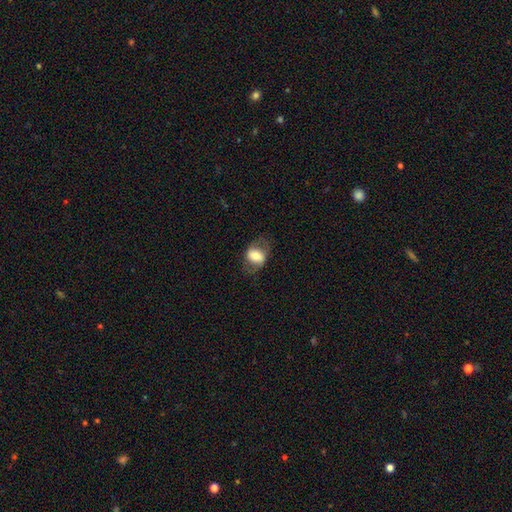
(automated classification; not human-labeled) A smooth galaxy with no disk features (61%) that is in between round and cigar-shaped (64%). Merging: none (66%).